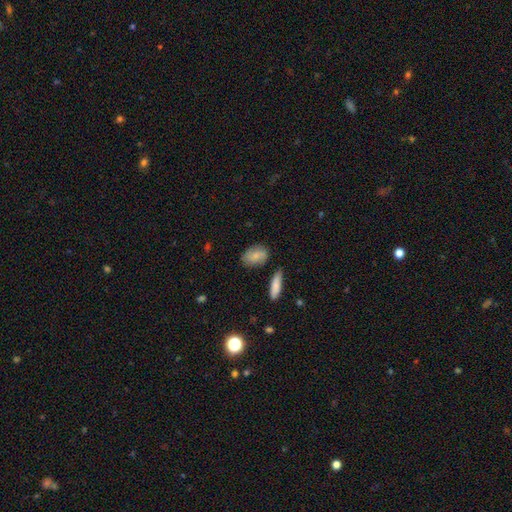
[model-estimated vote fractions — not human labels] Smooth or featured?
  - smooth: 69% *
  - featured or disk: 24%
  - star or artifact: 7%
How rounded?
  - in between: 80% *
  - round: 16%
  - cigar-shaped: 3%
Merging?
  - none: 76% *
  - minor disturbance: 16%
  - merger: 5%
  - major disturbance: 4%